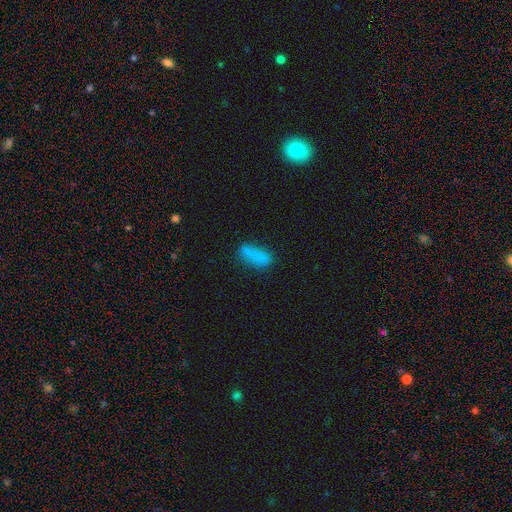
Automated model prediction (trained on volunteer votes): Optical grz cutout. It shows a smooth galaxy with no disk features (79%) that is in between round and cigar-shaped (55%). Merging: none (65%).